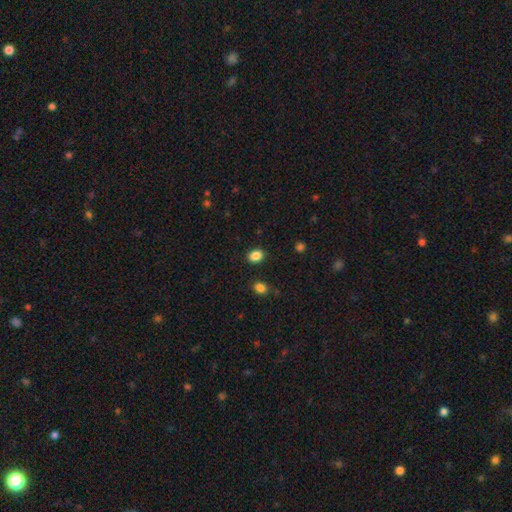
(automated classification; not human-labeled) A smooth galaxy with no disk features (86%) that is in between round and cigar-shaped (57%).

Vote fractions:
- Smooth or featured? smooth: 86% / star or artifact: 10% / featured or disk: 3%
- How rounded? in between: 57% / round: 42% / cigar-shaped: 1%
- Merging? none: 88% / minor disturbance: 8% / major disturbance: 2% / merger: 2%